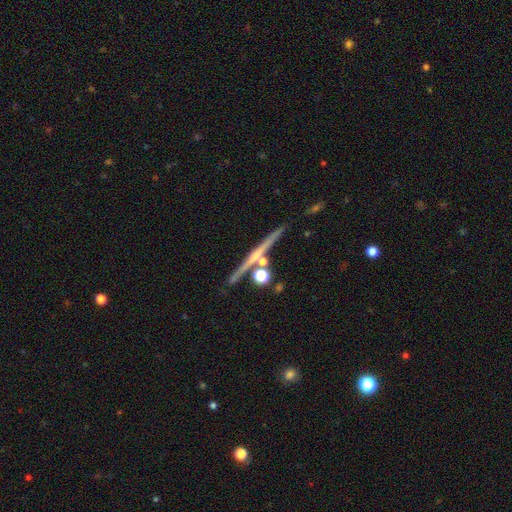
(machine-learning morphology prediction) Smooth or featured: featured or disk — 65% (smooth — 21%)
Edge-on disk: yes — 95% (no — 5%)
Edge-on bulge: none — 50% (rounded — 41%)
Merging: none — 80% (minor disturbance — 9%)